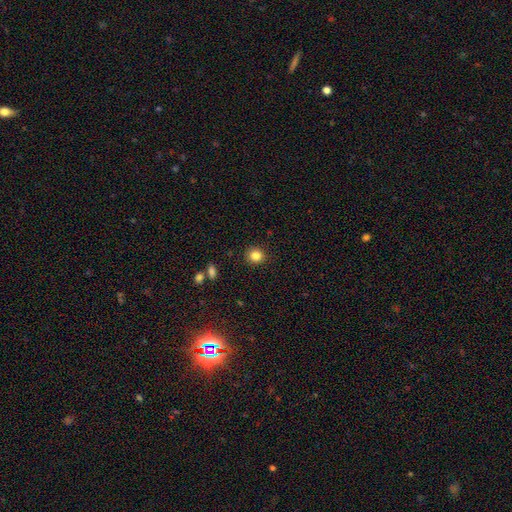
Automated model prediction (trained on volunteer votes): This is clearly a smooth galaxy (84%). How rounded: clearly round (88%). Merging: clearly none (90%).